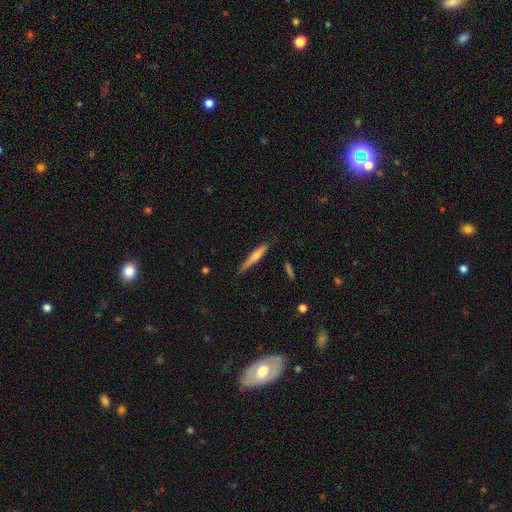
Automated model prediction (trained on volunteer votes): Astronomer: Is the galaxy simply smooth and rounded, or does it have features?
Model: smooth — 58% (runner-up: featured or disk, 36%).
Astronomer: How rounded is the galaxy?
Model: cigar-shaped — 93%.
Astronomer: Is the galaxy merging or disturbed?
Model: none — 76%.